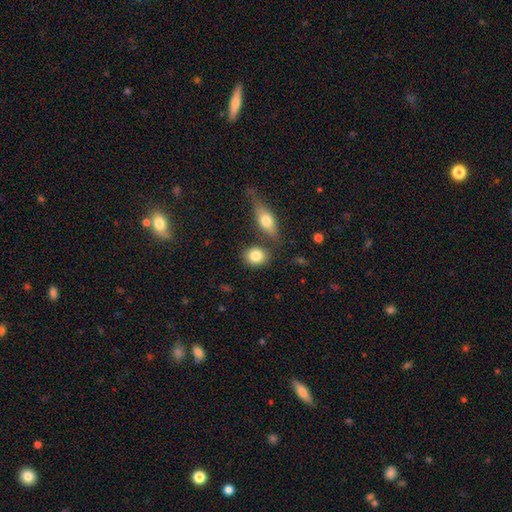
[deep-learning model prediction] This appears to be a smooth galaxy with no disk features (82%) that is round (56%). Merging: none (68%).